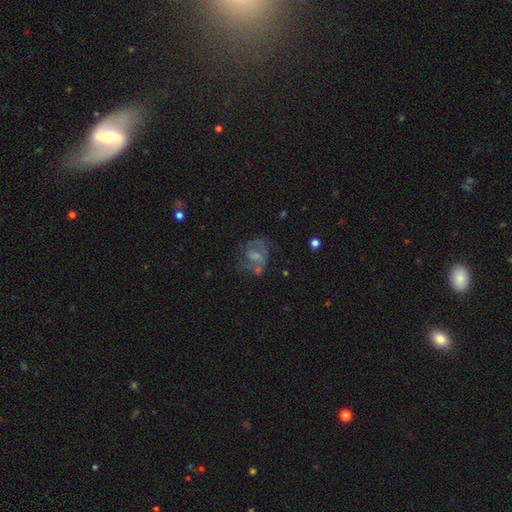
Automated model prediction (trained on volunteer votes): Overall: featured or disk (67%). Edge-on disk: no (98%). Bar: weak (45%; no 44%). Spiral arms: yes (77%). Spiral arm count: 2 (64%). Spiral winding: medium (50%; loose 28%). Bulge size: small (40%; none 29%). Merging: none (44%; major disturbance 26%).